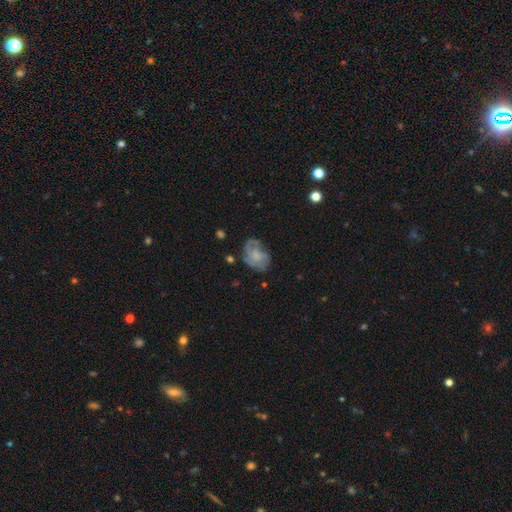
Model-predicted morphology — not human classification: Smooth or featured?
  - featured or disk: 61% *
  - smooth: 32%
  - star or artifact: 8%
Edge-on disk?
  - no: 97% *
  - yes: 3%
Bar?
  - no: 77% *
  - weak: 21%
  - strong: 3%
Spiral arms?
  - yes: 79% *
  - no: 21%
Bulge size?
  - small: 41% *
  - moderate: 29%
  - none: 23%
  - large: 5%
  - dominant: 1%
Merging?
  - none: 57% *
  - minor disturbance: 25%
  - major disturbance: 15%
  - merger: 3%